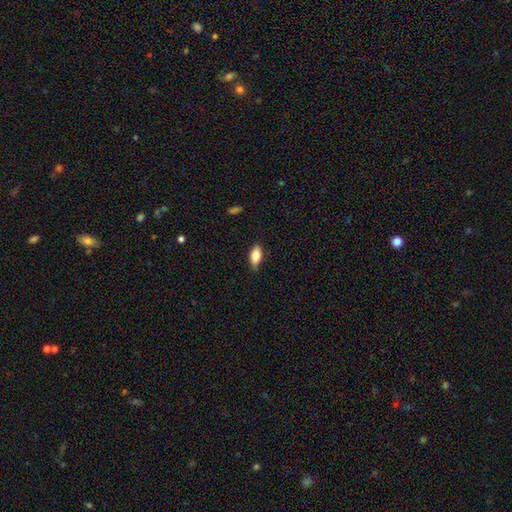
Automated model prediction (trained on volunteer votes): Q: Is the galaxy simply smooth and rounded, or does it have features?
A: smooth — 77%.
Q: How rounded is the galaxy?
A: in between — 86%.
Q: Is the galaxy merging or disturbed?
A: none — 78%.